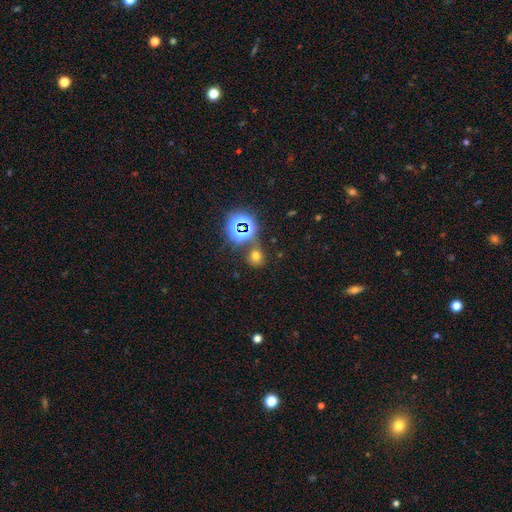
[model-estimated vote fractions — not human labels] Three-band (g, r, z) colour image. It shows a smooth galaxy with no disk features (61%) that is round (80%). Merging: none (71%).